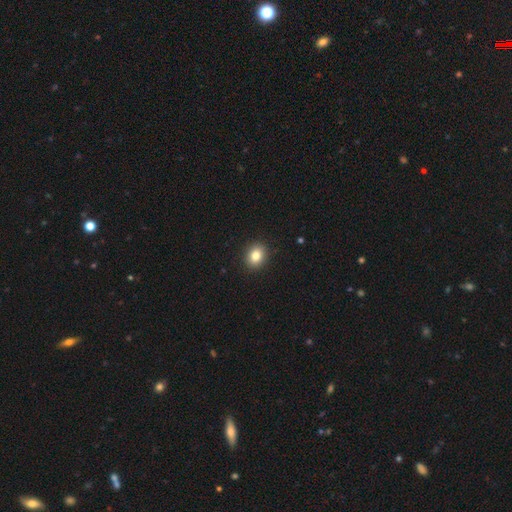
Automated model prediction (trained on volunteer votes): A smooth galaxy with no disk features (83%) that is round (56%). Merging: none (91%).